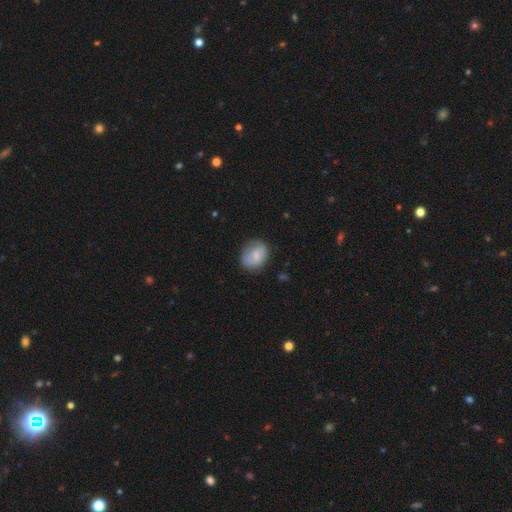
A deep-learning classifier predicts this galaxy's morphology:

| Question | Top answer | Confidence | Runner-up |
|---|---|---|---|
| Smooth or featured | smooth | 74% | featured or disk (19%) |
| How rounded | round | 53% | in between (46%) |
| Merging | none | 72% | minor disturbance (21%) |